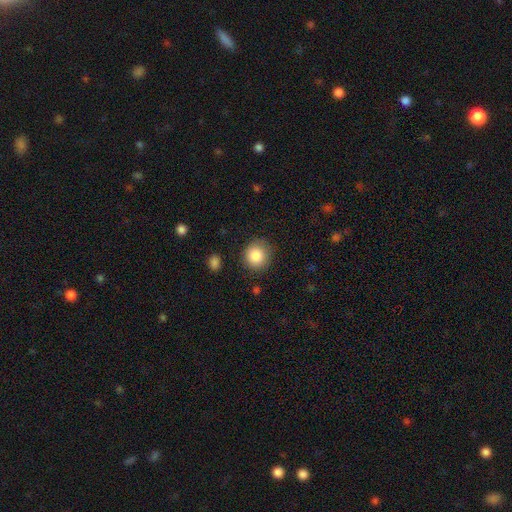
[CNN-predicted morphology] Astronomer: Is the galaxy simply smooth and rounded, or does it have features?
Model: smooth — 86%.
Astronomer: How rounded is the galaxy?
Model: round — 89%.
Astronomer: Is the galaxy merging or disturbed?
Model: none — 84%.